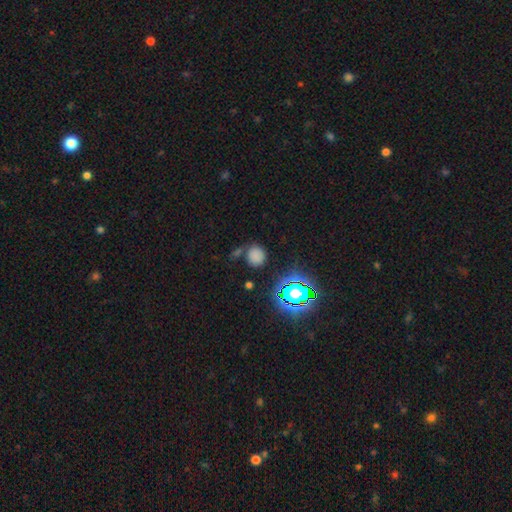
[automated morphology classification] The model was most divided on "smooth or featured": smooth: 71%, star or artifact: 22%, featured or disk: 7%. More confident: how rounded — round (82%); merging — none (71%).